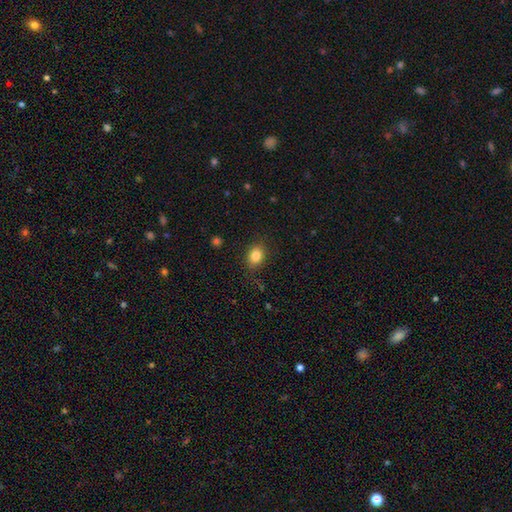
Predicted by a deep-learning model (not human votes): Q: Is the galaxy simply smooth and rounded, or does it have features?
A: smooth — 84%.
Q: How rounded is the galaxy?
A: in between — 60%.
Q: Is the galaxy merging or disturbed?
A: none — 85%.